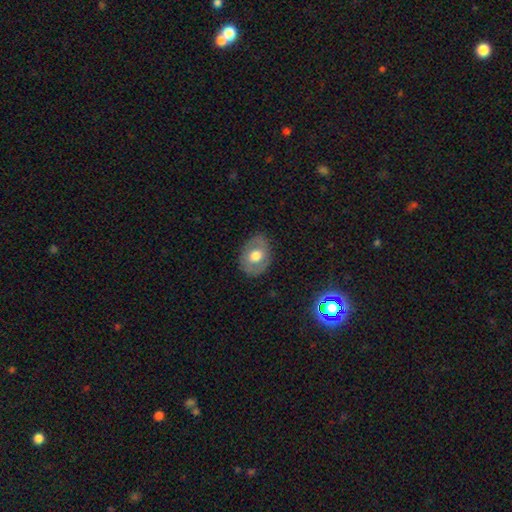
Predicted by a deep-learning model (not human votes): smooth_or_featured: smooth (p=0.55) [alt: featured or disk p=0.38]
how_rounded: in between (p=0.66) [alt: round p=0.33]
merging: none (p=0.82) [alt: minor disturbance p=0.13]